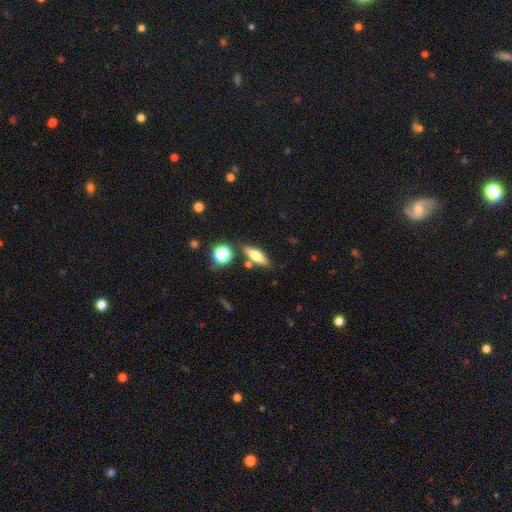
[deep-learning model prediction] Smooth or featured: smooth — 57% (featured or disk — 33%)
How rounded: in between — 47% (tied with cigar-shaped — 47%)
Merging: none — 79% (minor disturbance — 11%)